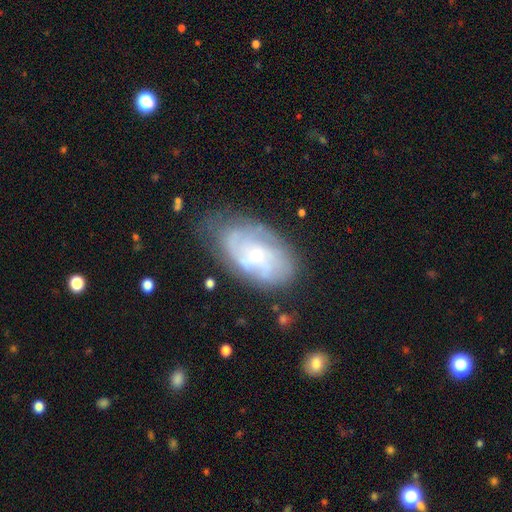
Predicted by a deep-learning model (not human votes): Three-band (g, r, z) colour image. It shows a featured or disk galaxy (71%) with no bar (68%), tight (51%) spiral arms (84%) and a small central bulge (65%). Merging: none (62%).